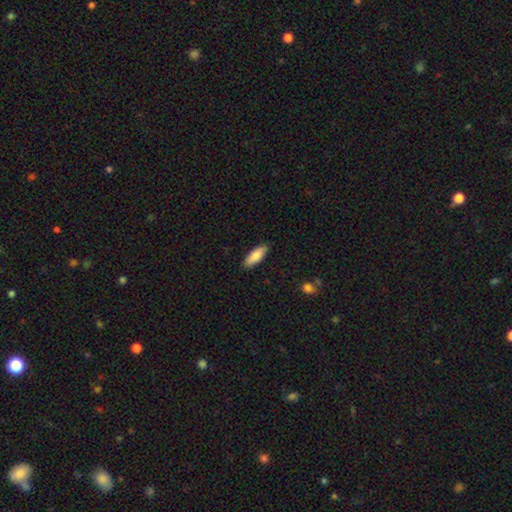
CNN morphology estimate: Q: Smooth or featured?
A: smooth (85%); runner-up: featured or disk (10%)
Q: How rounded?
A: in between (66%); runner-up: cigar-shaped (33%)
Q: Merging?
A: none (89%); runner-up: minor disturbance (8%)